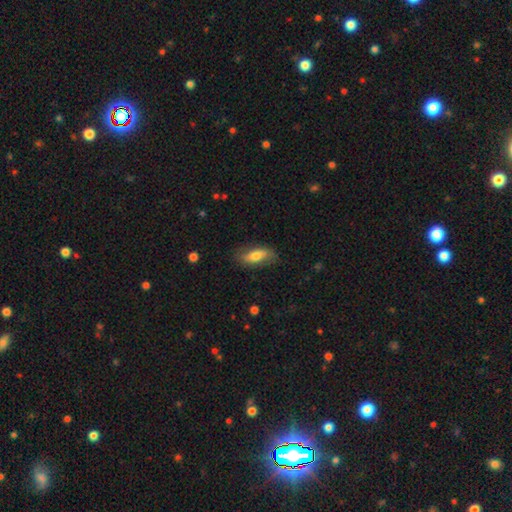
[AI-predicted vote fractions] Morphology: type=smooth (65%); roundness=in between (78%); merging=none (74%).